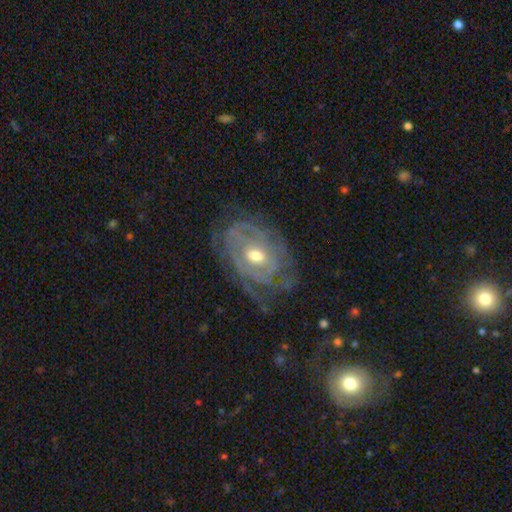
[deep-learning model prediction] Morphology: type=featured or disk (79%); edge-on=no (95%); bar=no (62%); spiral arms=yes (76%); winding=tight (64%); arm count=can't tell (54%); bulge=moderate (65%); merging=none (58%).